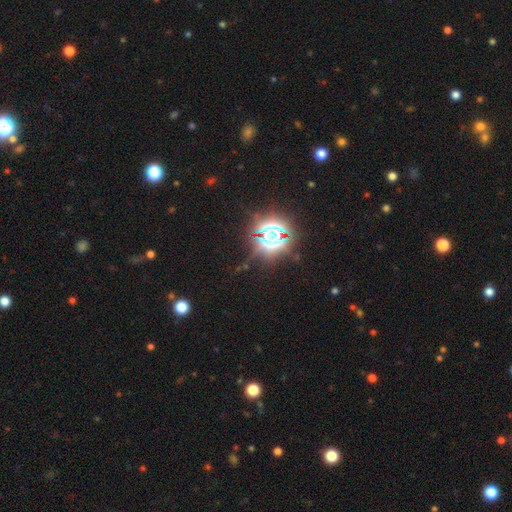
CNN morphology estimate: Smooth or featured: star or artifact — 81% (smooth — 12%)